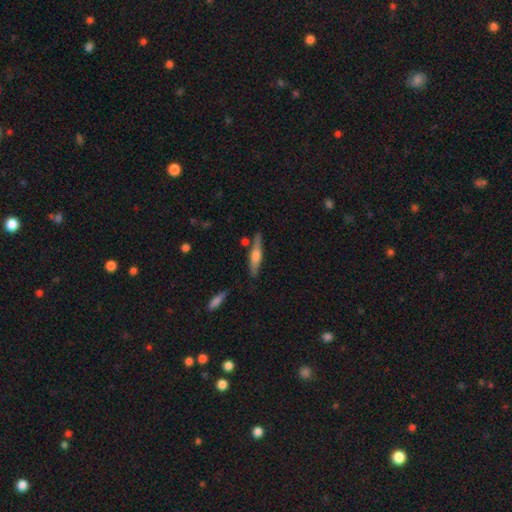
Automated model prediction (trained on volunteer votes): Smooth or featured?
  - featured or disk: 55% *
  - smooth: 39%
  - star or artifact: 6%
Edge-on disk?
  - yes: 95% *
  - no: 5%
Edge-on bulge?
  - rounded: 83% *
  - boxy: 11%
  - none: 6%
Merging?
  - none: 78% *
  - minor disturbance: 13%
  - merger: 6%
  - major disturbance: 3%